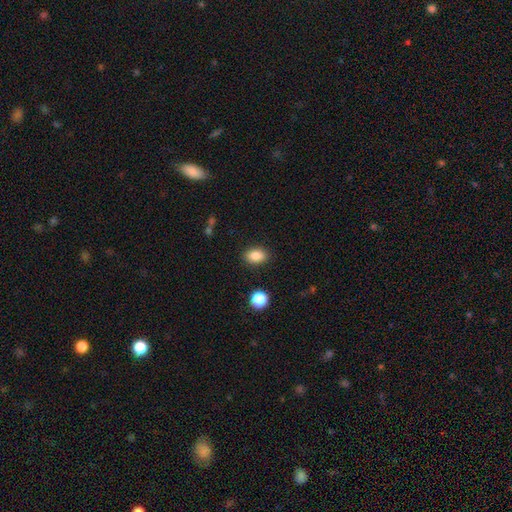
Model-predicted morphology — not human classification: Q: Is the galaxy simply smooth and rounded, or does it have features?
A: smooth — 86%.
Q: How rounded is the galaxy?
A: in between — 81%.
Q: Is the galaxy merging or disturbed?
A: none — 86%.